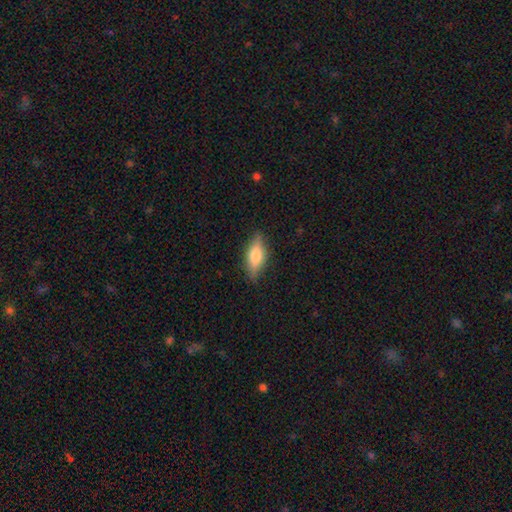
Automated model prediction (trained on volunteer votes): This appears to be a smooth galaxy with no disk features (70%) that is in between round and cigar-shaped (72%). Merging: none (83%).